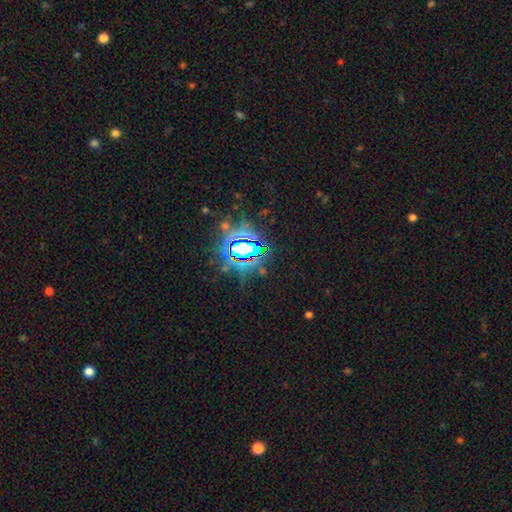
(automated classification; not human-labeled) Morphology: type=star or artifact (84%).